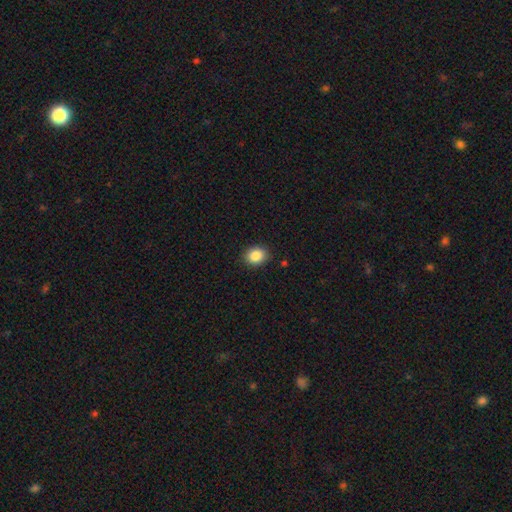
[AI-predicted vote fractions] Smooth or featured? smooth (86%)
How rounded? round (53%)
Merging? none (89%)